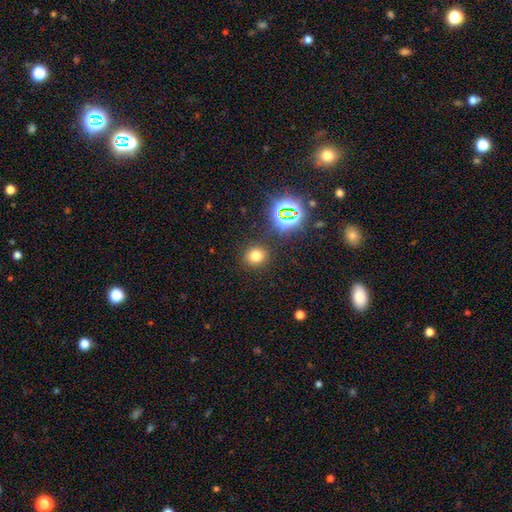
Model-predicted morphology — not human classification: This is likely a smooth galaxy (69%). How rounded: likely round (78%). Merging: clearly none (87%).